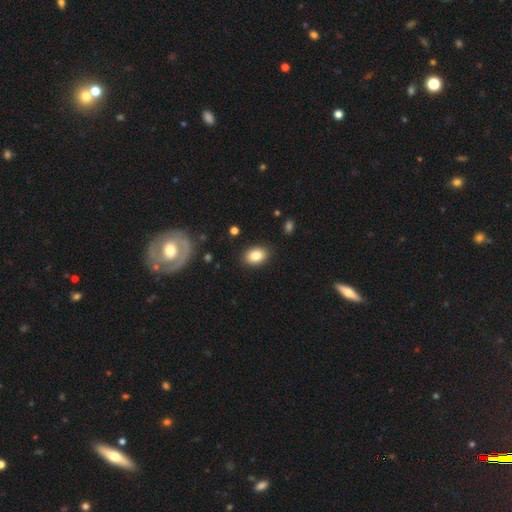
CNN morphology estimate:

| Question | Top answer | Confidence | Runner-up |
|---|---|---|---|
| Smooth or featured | smooth | 85% | star or artifact (8%) |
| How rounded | in between | 82% | round (17%) |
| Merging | none | 88% | minor disturbance (9%) |